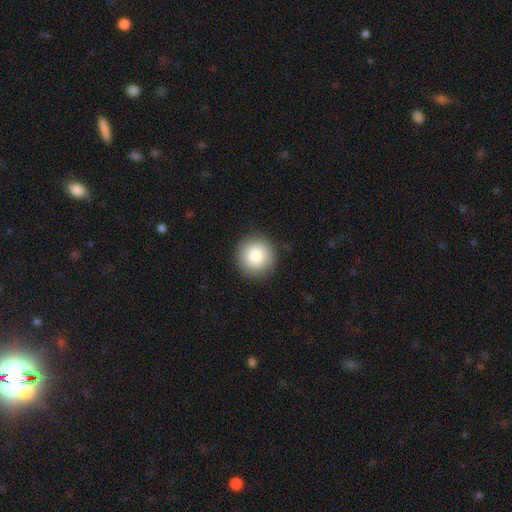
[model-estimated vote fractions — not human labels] Smooth or featured?
  - smooth: 83% *
  - star or artifact: 9%
  - featured or disk: 8%
How rounded?
  - round: 94% *
  - in between: 5%
  - cigar-shaped: 1%
Merging?
  - none: 90% *
  - minor disturbance: 7%
  - major disturbance: 2%
  - merger: 1%